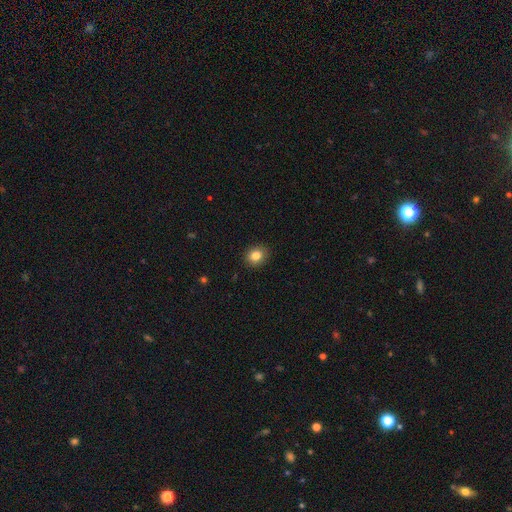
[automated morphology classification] A smooth galaxy with no disk features (84%) that is round (65%). Merging: none (90%).